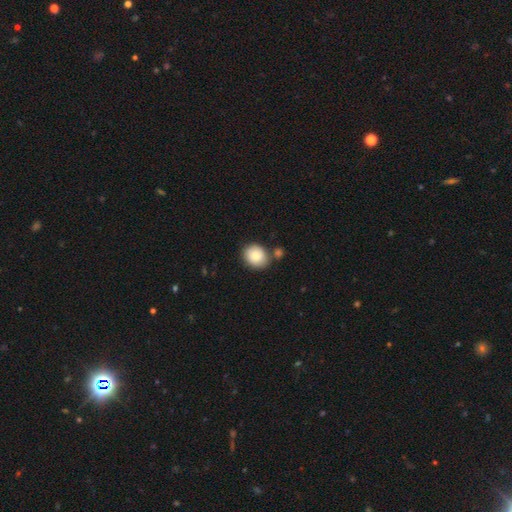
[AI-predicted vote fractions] smooth-or-featured: smooth: 83% | featured or disk: 10% | star or artifact: 8%
  how-rounded: round: 68% | in between: 31% | cigar-shaped: 1%
  merging: none: 68% | merger: 16% | minor disturbance: 13% | major disturbance: 3%